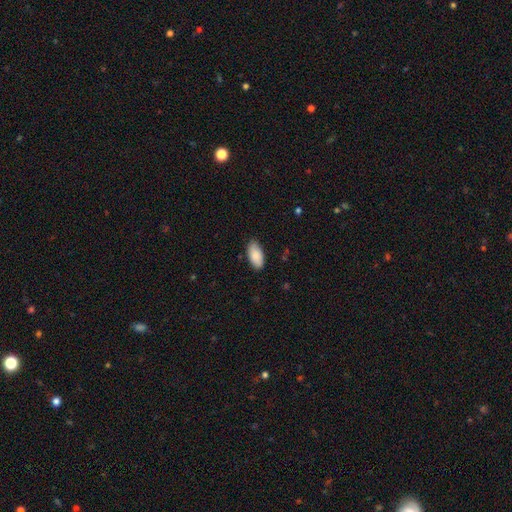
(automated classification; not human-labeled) smooth 88%, star or artifact 6%, featured or disk 6%. Down the decision tree: how rounded — in between (94%); merging — none (82%).